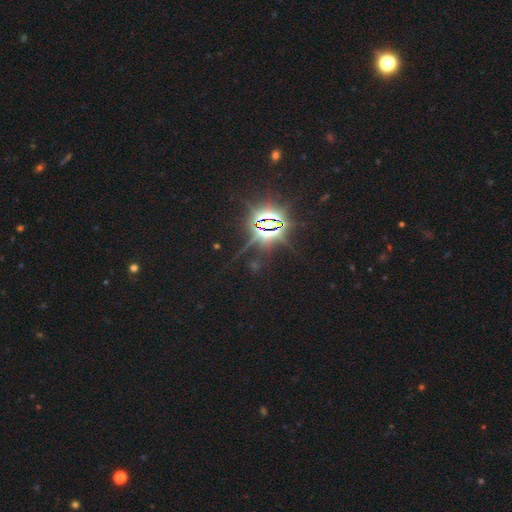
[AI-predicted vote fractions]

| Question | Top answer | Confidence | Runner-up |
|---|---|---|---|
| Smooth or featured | star or artifact | 85% | smooth (10%) |